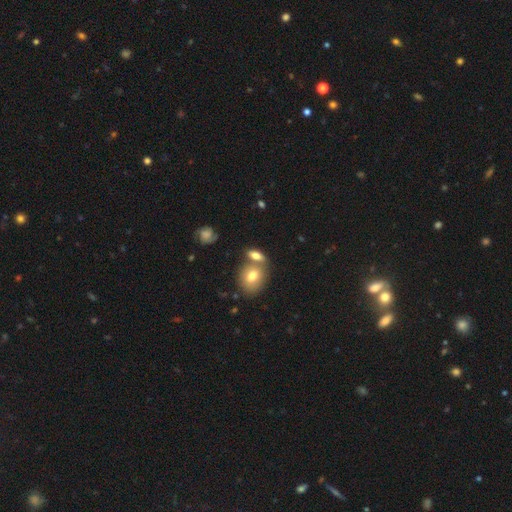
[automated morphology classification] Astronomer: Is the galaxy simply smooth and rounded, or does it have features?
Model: smooth — 69%.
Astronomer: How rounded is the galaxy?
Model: in between — 71%.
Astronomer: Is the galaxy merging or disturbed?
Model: none — 51% (runner-up: merger, 34%).